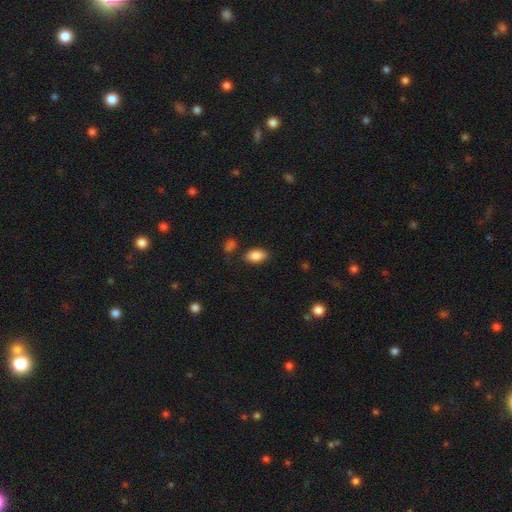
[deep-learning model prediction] smooth-or-featured: smooth: 86% | star or artifact: 8% | featured or disk: 7%
  how-rounded: in between: 92% | round: 5% | cigar-shaped: 3%
  merging: none: 81% | minor disturbance: 12% | merger: 4% | major disturbance: 3%